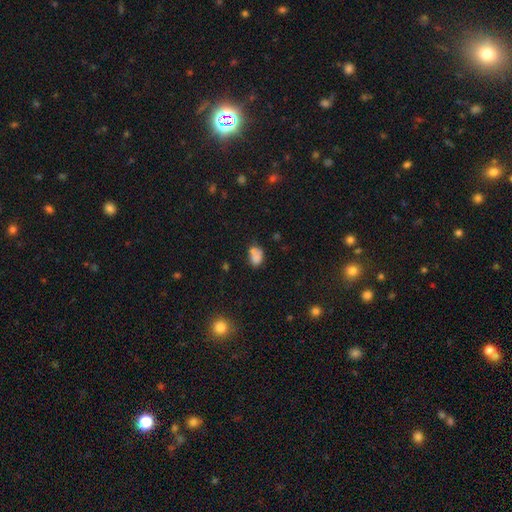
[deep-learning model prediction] Morphology: type=smooth (74%); roundness=in between (71%); merging=none (37%, tied with merger).